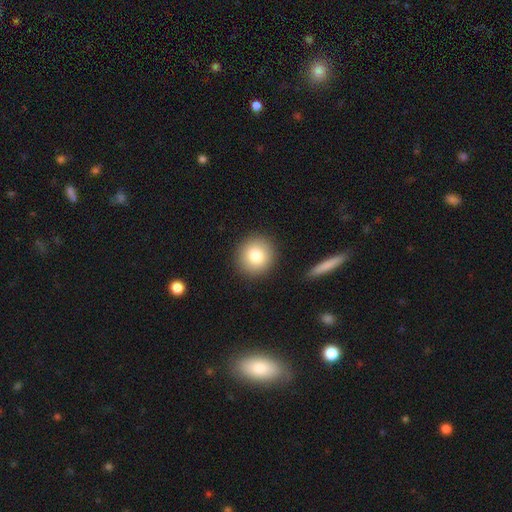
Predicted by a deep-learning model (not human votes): smooth_or_featured: smooth (p=0.81) [alt: featured or disk p=0.10]
how_rounded: round (p=0.92) [alt: in between p=0.07]
merging: none (p=0.90) [alt: minor disturbance p=0.06]